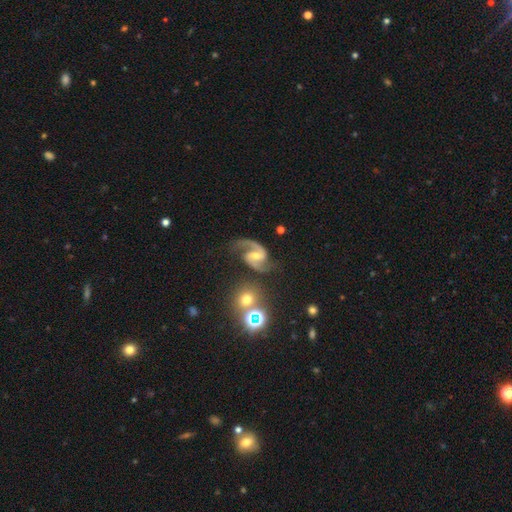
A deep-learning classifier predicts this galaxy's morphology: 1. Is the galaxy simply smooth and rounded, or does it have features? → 91% featured or disk, 5% star or artifact, 4% smooth.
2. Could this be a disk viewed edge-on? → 98% no, 2% yes.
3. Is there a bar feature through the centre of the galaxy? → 47% weak, 28% strong, 25% no.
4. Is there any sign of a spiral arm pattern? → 98% yes, 2% no.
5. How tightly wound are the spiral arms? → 57% medium, 31% loose, 11% tight.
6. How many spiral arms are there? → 92% 2, 3% 1, 2% can't tell, 1% 3, 1% 4, 1% more than 4.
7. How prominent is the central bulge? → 53% moderate, 41% small, 3% none, 3% large, 1% dominant.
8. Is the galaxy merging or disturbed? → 74% none, 14% minor disturbance, 8% major disturbance, 4% merger.